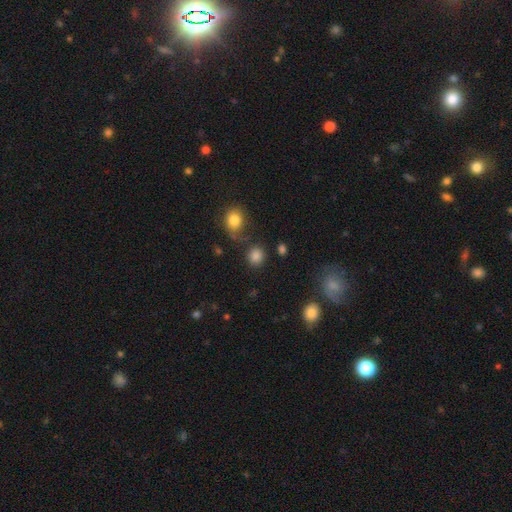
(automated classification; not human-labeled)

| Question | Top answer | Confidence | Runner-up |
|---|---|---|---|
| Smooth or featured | smooth | 84% | star or artifact (11%) |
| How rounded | round | 86% | in between (13%) |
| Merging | none | 75% | minor disturbance (12%) |